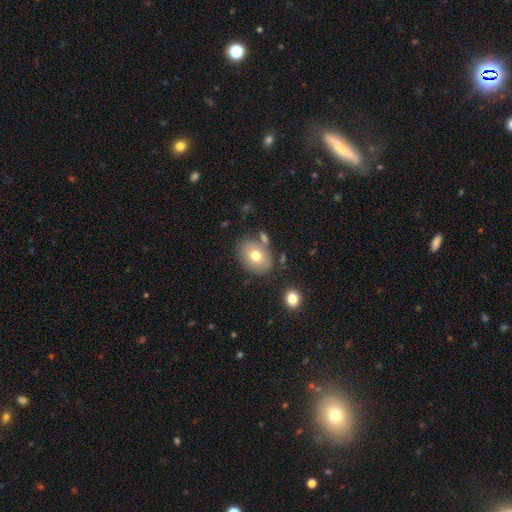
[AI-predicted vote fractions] This is likely a smooth galaxy (71%). How rounded: possibly in between (56%). Merging: likely none (70%).